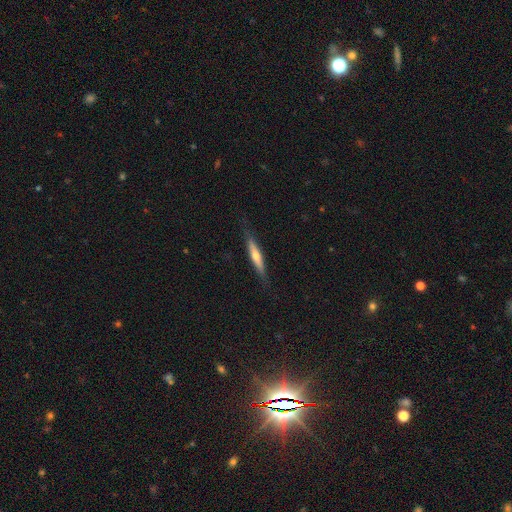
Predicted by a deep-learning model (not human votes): Morphology: type=featured or disk (53%); edge-on=yes (92%); merging=none (82%).